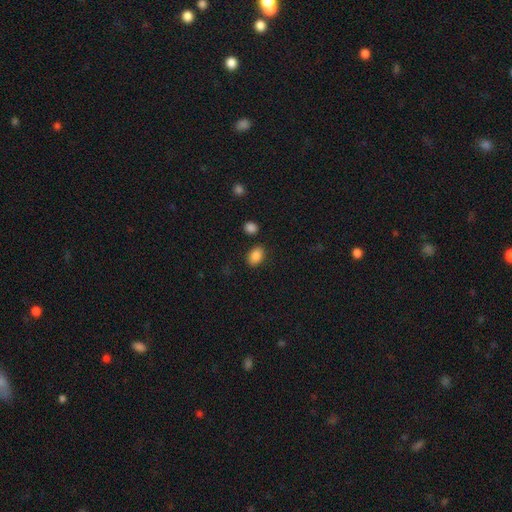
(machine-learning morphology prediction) Q: Smooth or featured?
A: smooth (87%); runner-up: star or artifact (9%)
Q: How rounded?
A: in between (78%); runner-up: round (21%)
Q: Merging?
A: none (82%); runner-up: minor disturbance (11%)